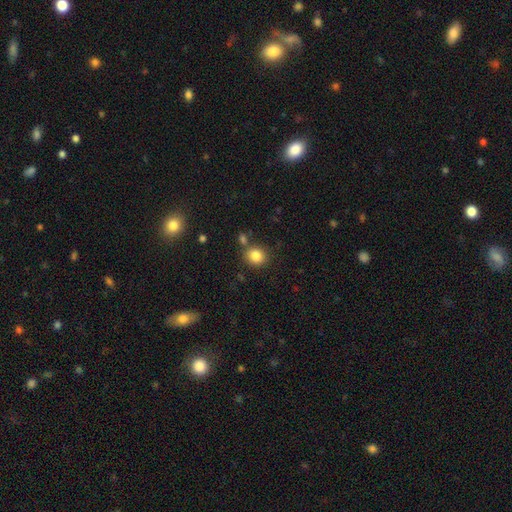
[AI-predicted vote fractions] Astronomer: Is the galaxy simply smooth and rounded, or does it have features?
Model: smooth — 84%.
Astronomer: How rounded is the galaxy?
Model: round — 81%.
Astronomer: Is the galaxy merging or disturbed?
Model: none — 76%.